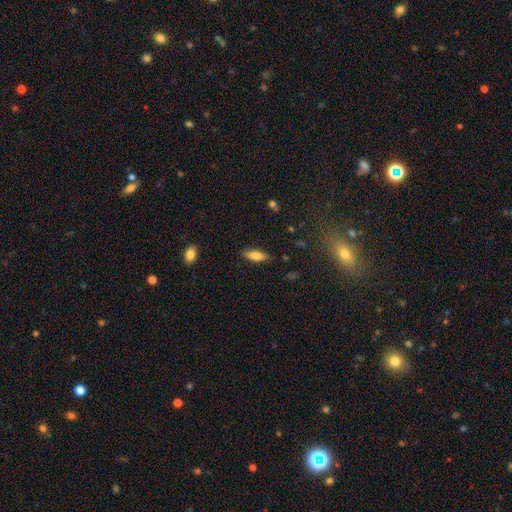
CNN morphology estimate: type=smooth (76%); roundness=in between (60%); merging=none (85%).